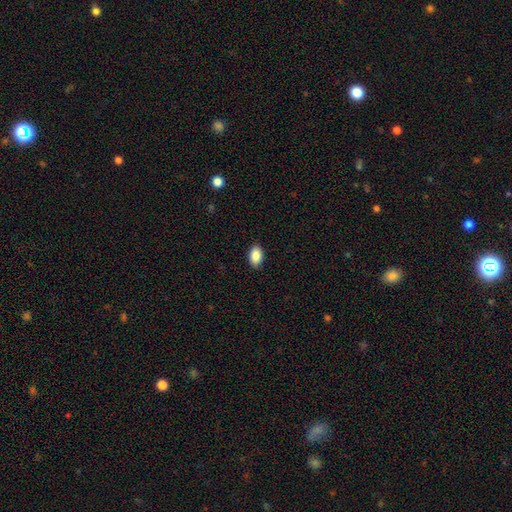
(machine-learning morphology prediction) Overall: smooth (88%). How rounded: in between (91%). Merging: none (89%).